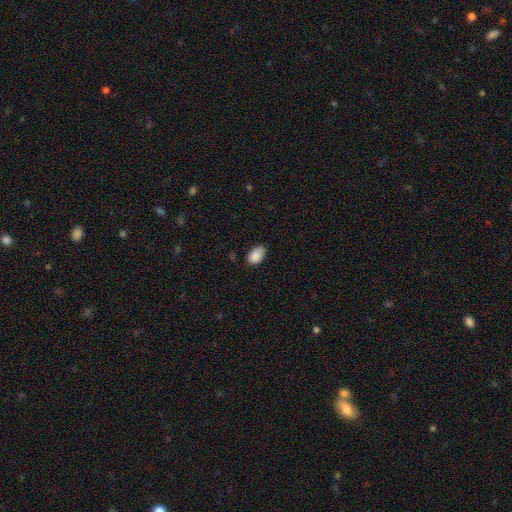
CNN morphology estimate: Q: Smooth or featured?
A: smooth (88%); runner-up: star or artifact (7%)
Q: How rounded?
A: in between (92%); runner-up: round (7%)
Q: Merging?
A: none (74%); runner-up: minor disturbance (22%)